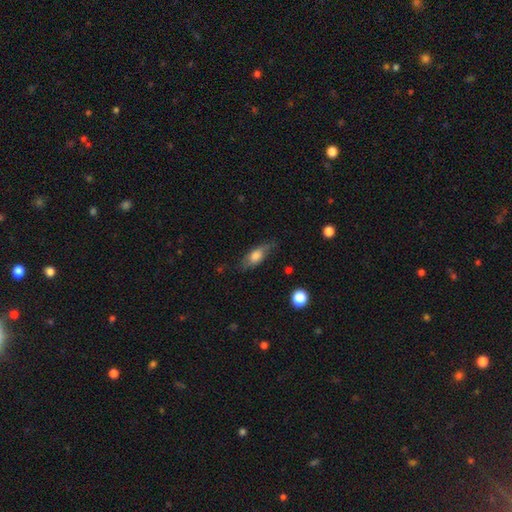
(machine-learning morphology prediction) Smooth or featured?
  - smooth: 64% *
  - featured or disk: 28%
  - star or artifact: 8%
How rounded?
  - in between: 73% *
  - cigar-shaped: 22%
  - round: 5%
Merging?
  - none: 64% *
  - minor disturbance: 26%
  - major disturbance: 8%
  - merger: 2%